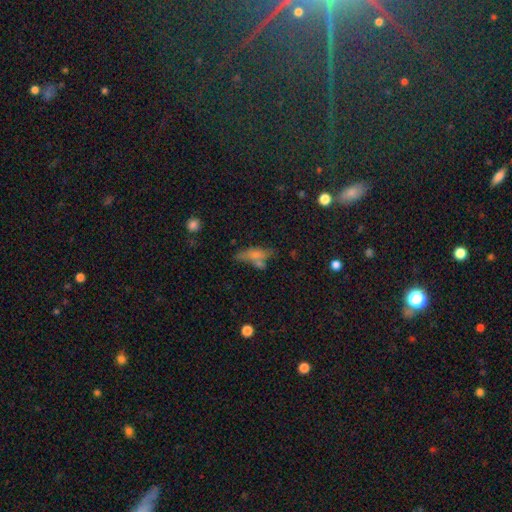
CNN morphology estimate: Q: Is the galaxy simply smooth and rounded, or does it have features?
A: smooth — 61%.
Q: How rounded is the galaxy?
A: in between — 58%.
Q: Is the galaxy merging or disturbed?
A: none — 40%.